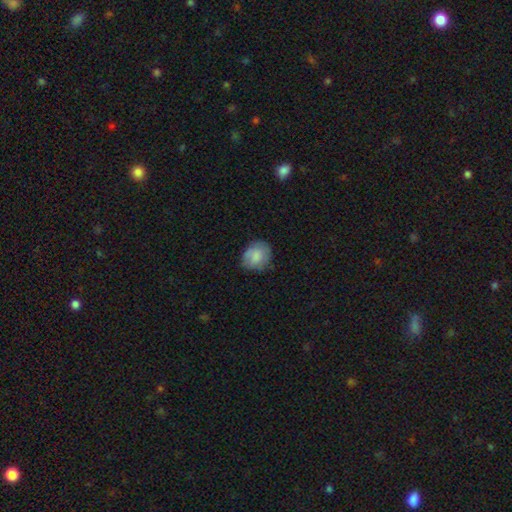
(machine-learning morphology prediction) Smooth or featured?
  - smooth: 80% *
  - featured or disk: 13%
  - star or artifact: 7%
How rounded?
  - round: 66% *
  - in between: 33%
  - cigar-shaped: 1%
Merging?
  - none: 71% *
  - minor disturbance: 22%
  - major disturbance: 6%
  - merger: 1%